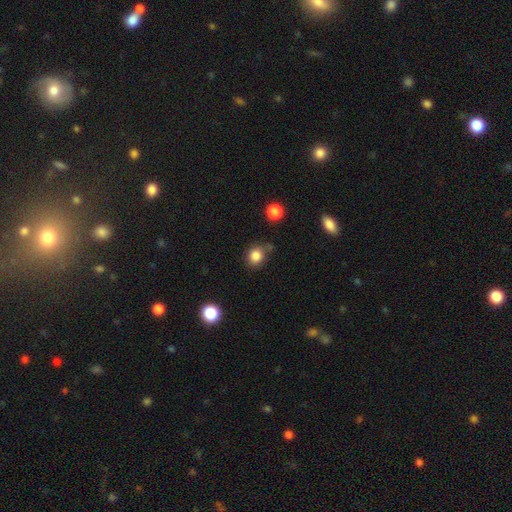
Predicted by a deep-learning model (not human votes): The model was most divided on "how rounded": round: 74%, in between: 25%, cigar-shaped: 1%. More confident: smooth or featured — smooth (84%); merging — none (72%).